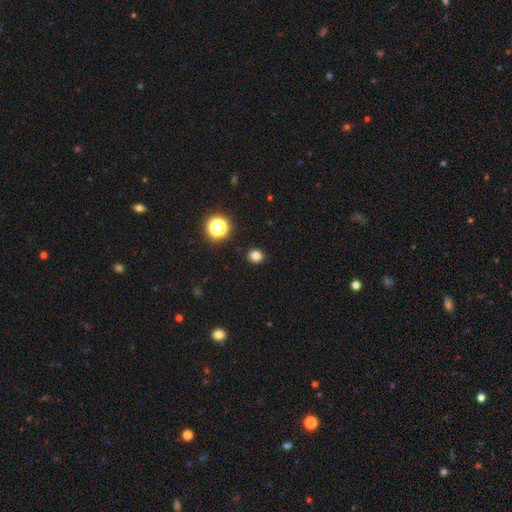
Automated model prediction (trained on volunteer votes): Smooth or featured: smooth — 80% (star or artifact — 15%)
How rounded: round — 86% (in between — 13%)
Merging: none — 91% (minor disturbance — 6%)